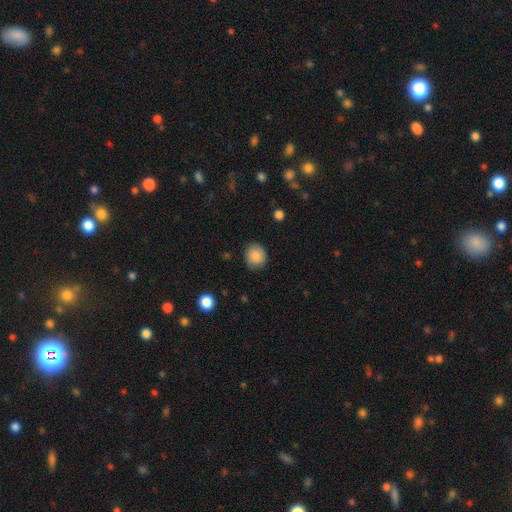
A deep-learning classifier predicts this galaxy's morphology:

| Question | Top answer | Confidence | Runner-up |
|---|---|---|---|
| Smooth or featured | smooth | 86% | star or artifact (8%) |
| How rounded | round | 76% | in between (23%) |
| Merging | none | 84% | minor disturbance (12%) |